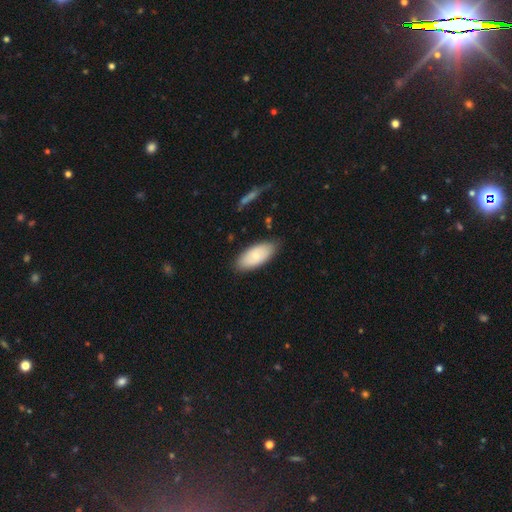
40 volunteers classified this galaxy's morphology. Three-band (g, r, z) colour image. It shows a smooth galaxy with no disk features (92%) that is in between round and cigar-shaped (97%). Merging: none (85%).